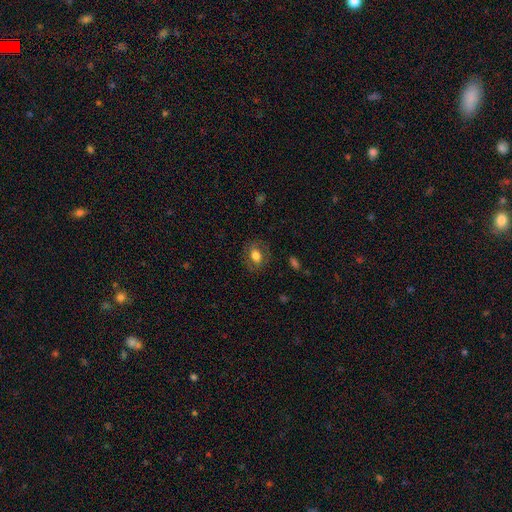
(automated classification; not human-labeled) smooth-or-featured: smooth: 68% | featured or disk: 23% | star or artifact: 9%
  how-rounded: in between: 57% | round: 41% | cigar-shaped: 1%
  merging: none: 80% | minor disturbance: 13% | major disturbance: 6% | merger: 1%